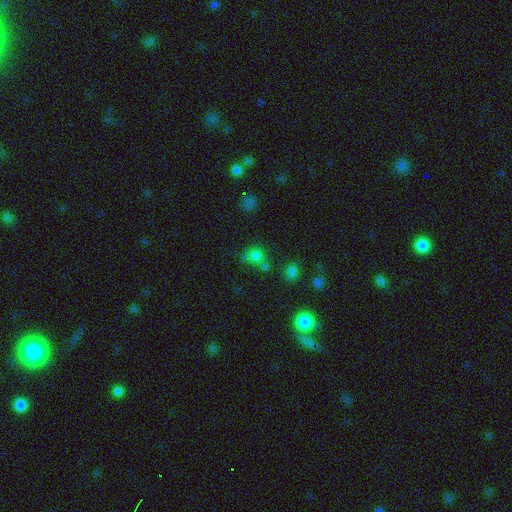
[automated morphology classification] smooth-or-featured: smooth: 74% | star or artifact: 18% | featured or disk: 8%
  how-rounded: round: 73% | in between: 26% | cigar-shaped: 1%
  merging: none: 49% | merger: 27% | minor disturbance: 16% | major disturbance: 8%